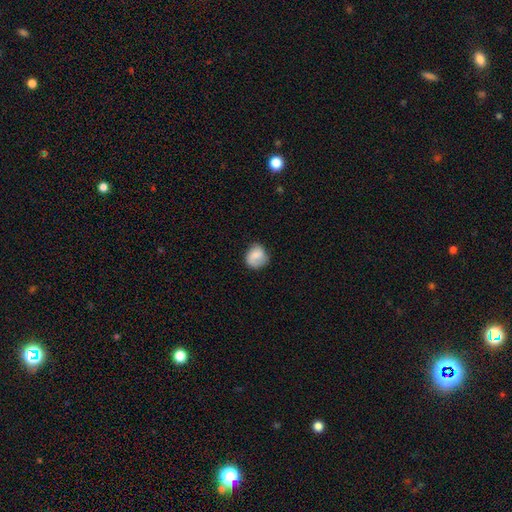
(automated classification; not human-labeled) smooth 72%, featured or disk 21%, star or artifact 8%. Down the decision tree: how rounded — round (76%); merging — none (65%).